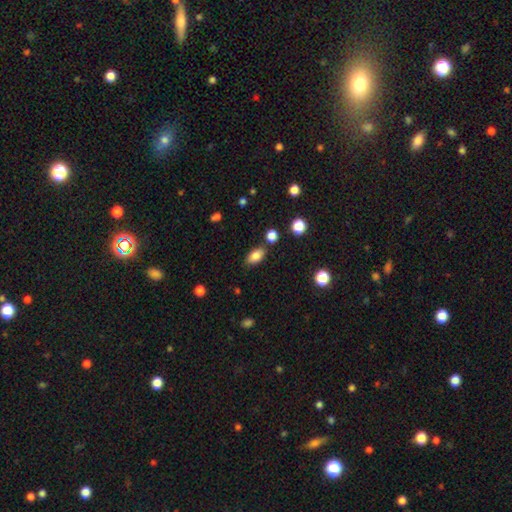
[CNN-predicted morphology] A smooth galaxy with no disk features (83%) that is in between round and cigar-shaped (89%).

Vote fractions:
- Smooth or featured? smooth: 83% / star or artifact: 9% / featured or disk: 8%
- How rounded? in between: 89% / round: 8% / cigar-shaped: 3%
- Merging? none: 78% / minor disturbance: 13% / merger: 5% / major disturbance: 3%